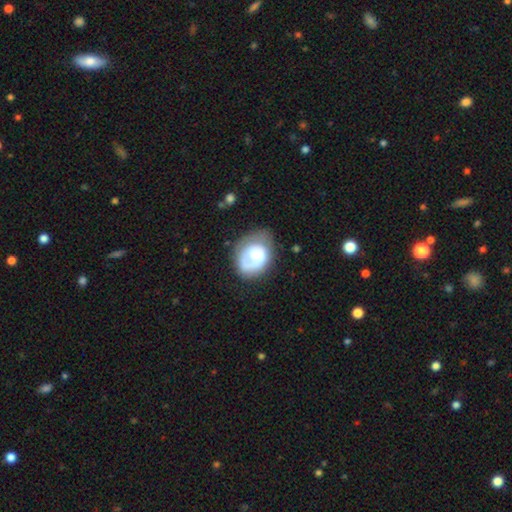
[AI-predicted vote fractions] Smooth or featured? Predicted: smooth (p=0.55). How rounded? Predicted: in between (p=0.58). Merging? Predicted: none (p=0.46).